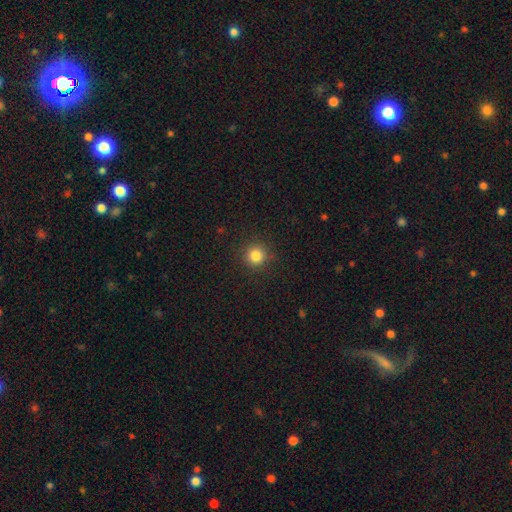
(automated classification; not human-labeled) Smooth or featured? Predicted: smooth (p=0.83). How rounded? Predicted: round (p=0.95). Merging? Predicted: none (p=0.91).